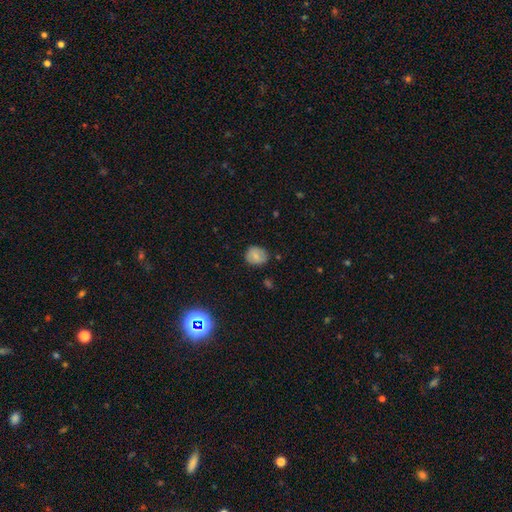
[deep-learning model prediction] Smooth or featured?
  - smooth: 73% *
  - featured or disk: 17%
  - star or artifact: 9%
How rounded?
  - round: 72% *
  - in between: 27%
  - cigar-shaped: 1%
Merging?
  - none: 79% *
  - minor disturbance: 17%
  - major disturbance: 3%
  - merger: 2%